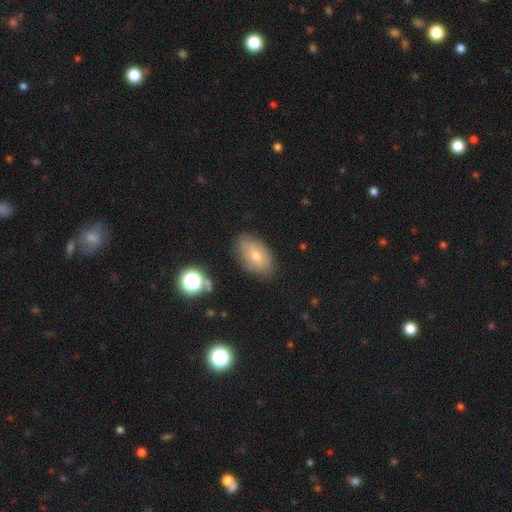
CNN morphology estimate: This is possibly a smooth galaxy (51%). How rounded: clearly in between (89%). Merging: likely none (78%).